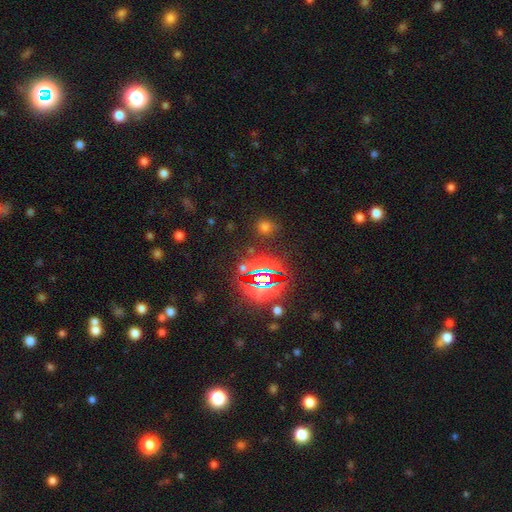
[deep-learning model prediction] smooth_or_featured: star or artifact (p=0.83) [alt: smooth p=0.10]